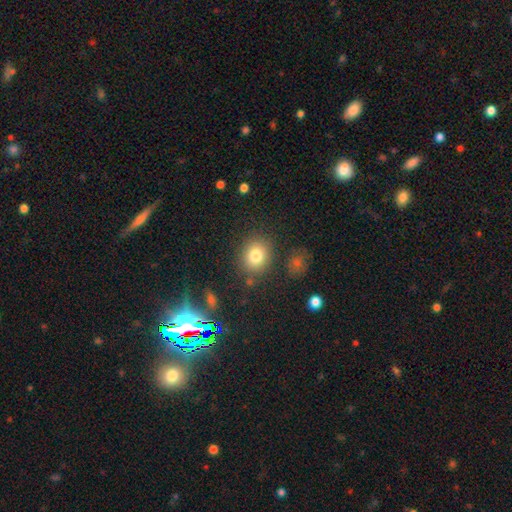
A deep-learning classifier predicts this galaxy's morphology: A smooth galaxy with no disk features (81%) that is round (69%). Merging: none (81%).